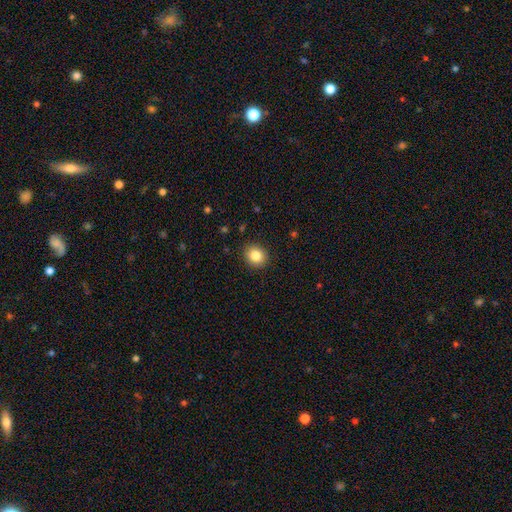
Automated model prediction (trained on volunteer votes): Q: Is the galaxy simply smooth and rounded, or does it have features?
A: smooth — 85%.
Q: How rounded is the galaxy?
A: round — 68%.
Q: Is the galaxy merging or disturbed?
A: none — 90%.